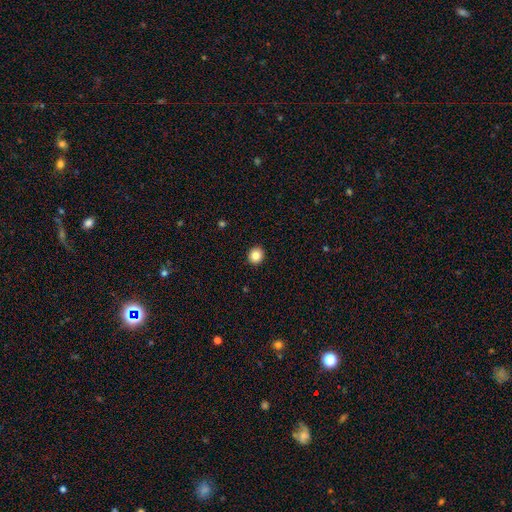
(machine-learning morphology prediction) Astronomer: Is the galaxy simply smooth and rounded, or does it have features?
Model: smooth — 85%.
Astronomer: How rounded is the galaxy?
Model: round — 85%.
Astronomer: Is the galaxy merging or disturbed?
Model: none — 93%.